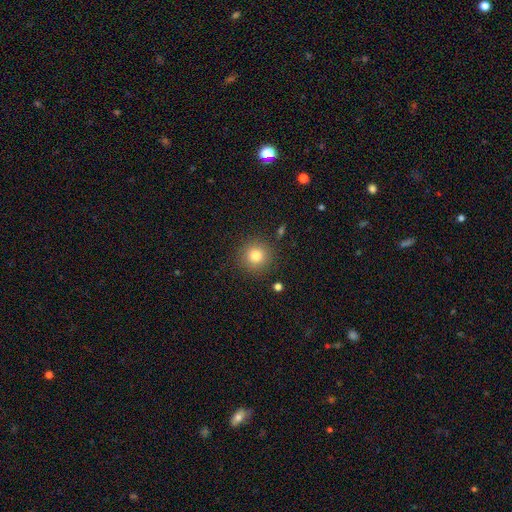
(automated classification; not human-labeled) This is clearly a smooth galaxy (81%). How rounded: clearly round (94%). Merging: clearly none (88%).